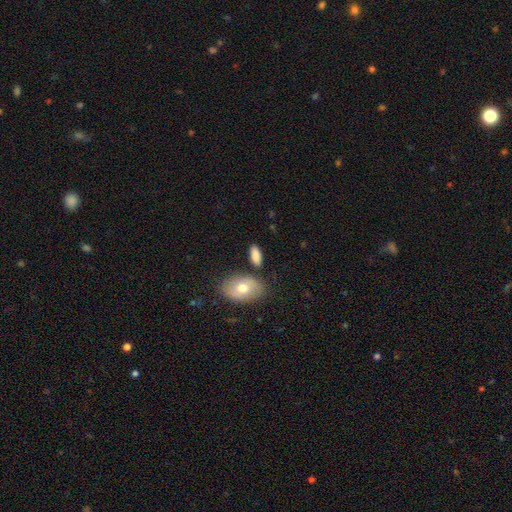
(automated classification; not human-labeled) Morphology: type=smooth (83%); roundness=in between (87%); merging=none (78%).